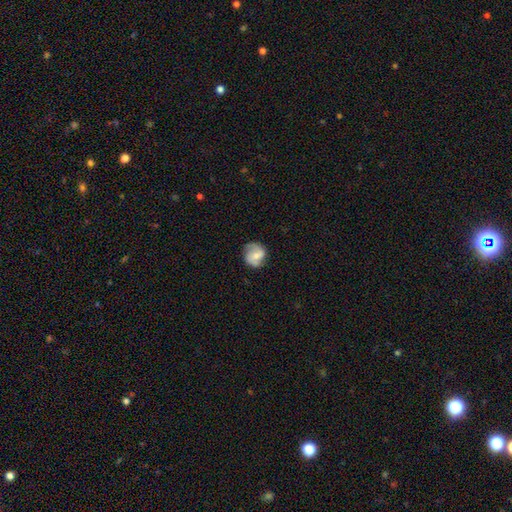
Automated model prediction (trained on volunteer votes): Overall: featured or disk (55%; smooth 38%). Edge-on disk: no (97%). Bar: no (45%; weak 41%). Spiral arms: yes (87%). Bulge size: moderate (45%; small 44%). Merging: none (72%).